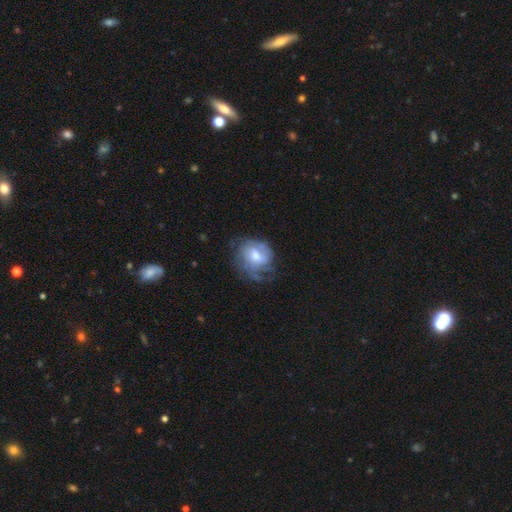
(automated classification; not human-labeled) Overall: featured or disk (59%; smooth 34%). Edge-on disk: no (97%). Bar: no (54%; weak 40%). Spiral arms: yes (72%). Bulge size: moderate (58%; small 24%). Merging: none (50%; minor disturbance 26%).